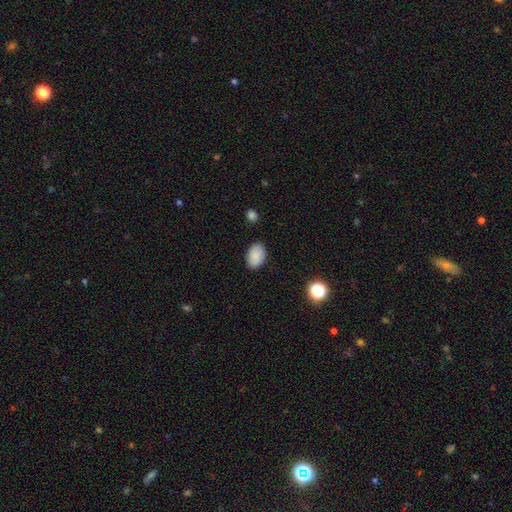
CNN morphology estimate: smooth_or_featured: smooth (p=0.88) [alt: star or artifact p=0.08]
how_rounded: in between (p=0.89) [alt: round p=0.10]
merging: none (p=0.87) [alt: minor disturbance p=0.10]